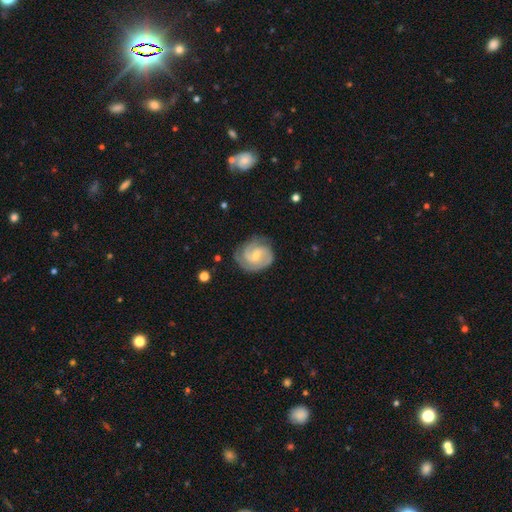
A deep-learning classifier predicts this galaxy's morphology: Smooth or featured? featured or disk (81%)
Edge-on disk? no (98%)
Bar? weak (49%)
Spiral arms? yes (96%)
Spiral winding? tight (56%)
Spiral arm count? 2 (45%)
Bulge size? small (60%)
Merging? none (71%)